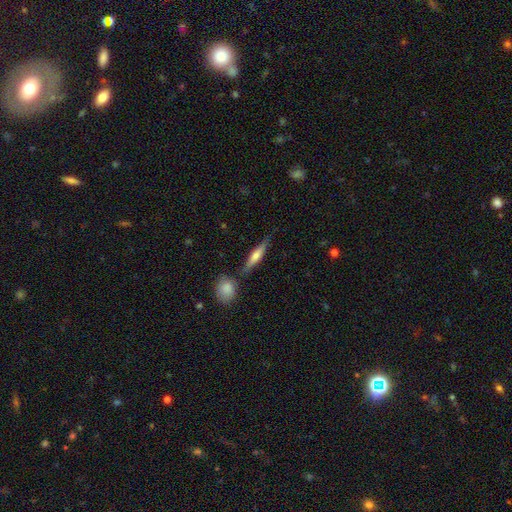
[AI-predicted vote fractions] Smooth or featured: smooth — 49% (featured or disk — 45%)
Merging: none — 75% (minor disturbance — 14%)